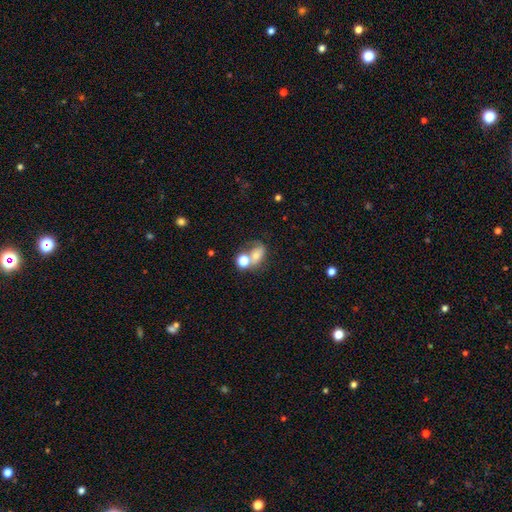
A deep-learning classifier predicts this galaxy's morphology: Smooth or featured? Predicted: smooth (p=0.66). How rounded? Predicted: in between (p=0.65). Merging? Predicted: merger (p=0.42).